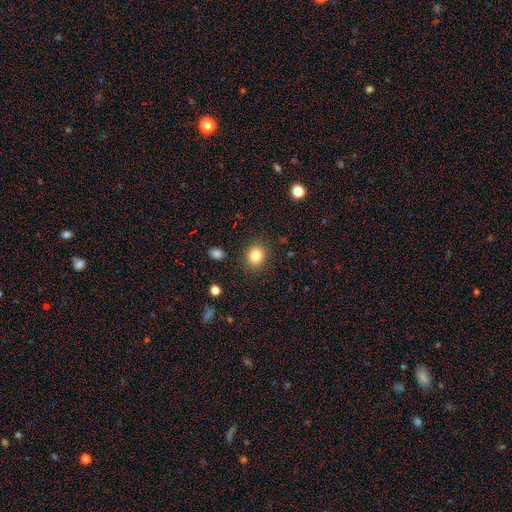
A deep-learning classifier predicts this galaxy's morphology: Smooth or featured?
  - smooth: 82% *
  - star or artifact: 11%
  - featured or disk: 6%
How rounded?
  - round: 73% *
  - in between: 26%
  - cigar-shaped: 1%
Merging?
  - none: 87% *
  - minor disturbance: 8%
  - major disturbance: 3%
  - merger: 2%